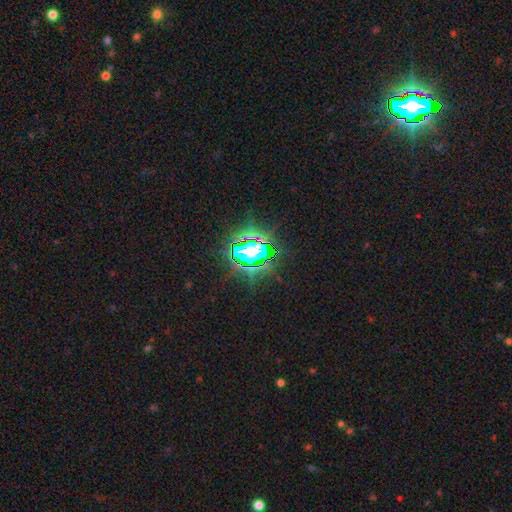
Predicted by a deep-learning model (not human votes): Smooth or featured? Predicted: star or artifact (p=0.76).